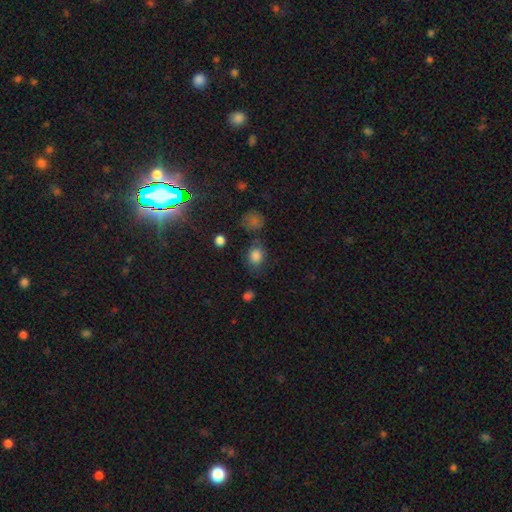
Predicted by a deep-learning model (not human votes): This is likely a smooth galaxy (80%). How rounded: possibly round (52%). Merging: likely none (67%).